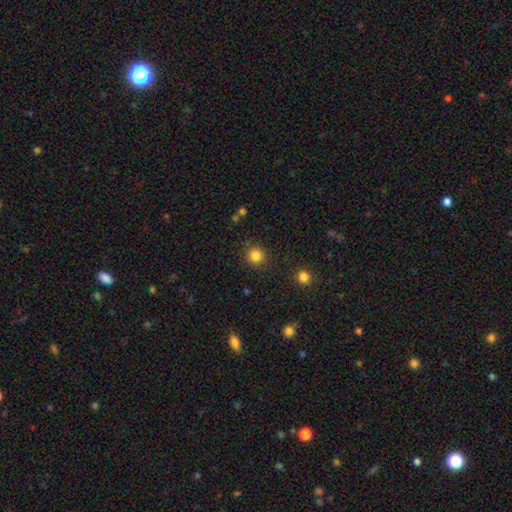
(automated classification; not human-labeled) Morphology: type=smooth (83%); roundness=round (92%); merging=none (87%).